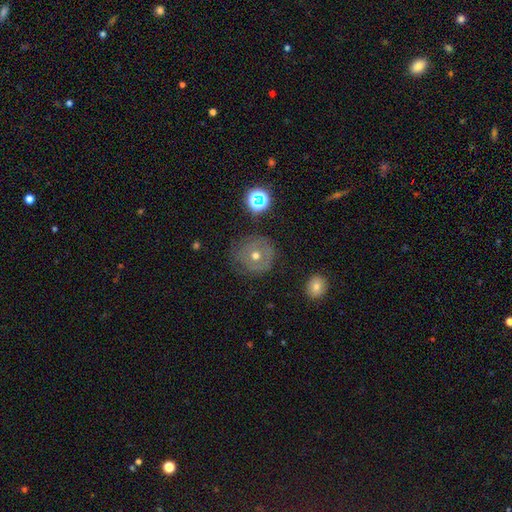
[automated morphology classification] Smooth or featured? Predicted: featured or disk (p=0.46). Merging? Predicted: none (p=0.74).